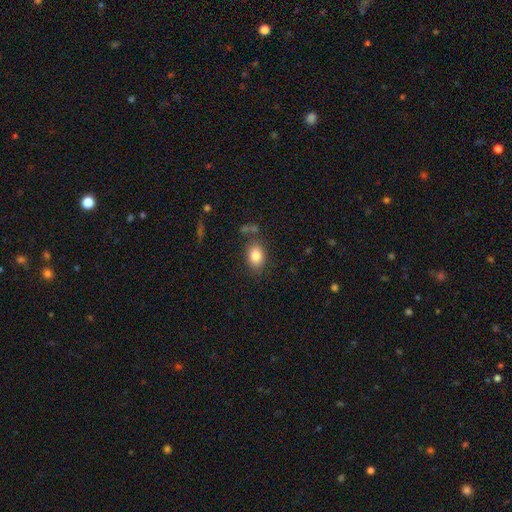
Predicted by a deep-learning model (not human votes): This appears to be a smooth galaxy with no disk features (83%) that is in between round and cigar-shaped (75%). Merging: none (78%).